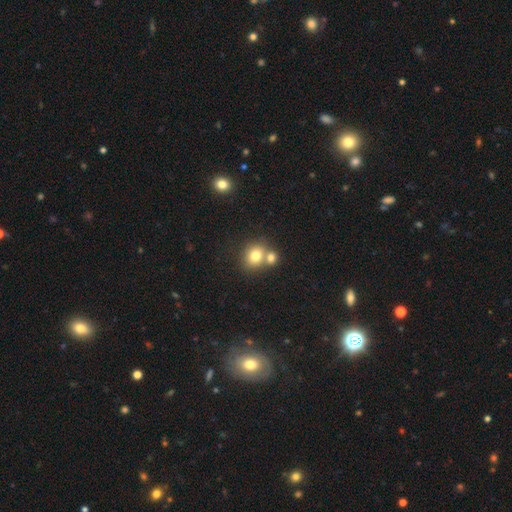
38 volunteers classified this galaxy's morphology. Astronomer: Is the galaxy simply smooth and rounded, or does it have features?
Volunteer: smooth — 84%.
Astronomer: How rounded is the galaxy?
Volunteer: round — 78%.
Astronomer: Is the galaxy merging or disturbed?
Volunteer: none — 50% (runner-up: merger, 39%).